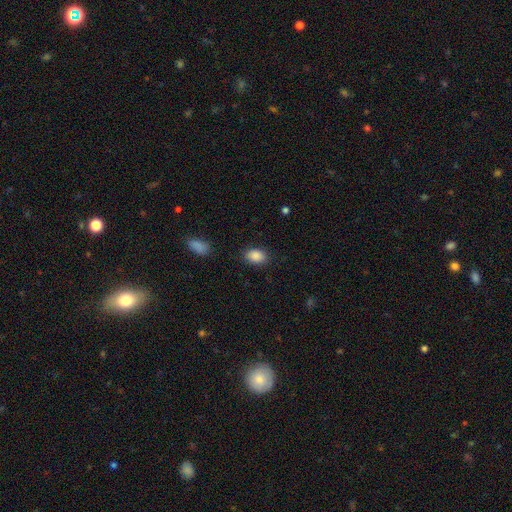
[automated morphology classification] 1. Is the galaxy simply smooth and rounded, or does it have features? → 88% smooth, 8% star or artifact, 4% featured or disk.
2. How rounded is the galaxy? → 82% in between, 17% round, 1% cigar-shaped.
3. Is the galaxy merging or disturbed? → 86% none, 10% minor disturbance, 3% major disturbance, 1% merger.